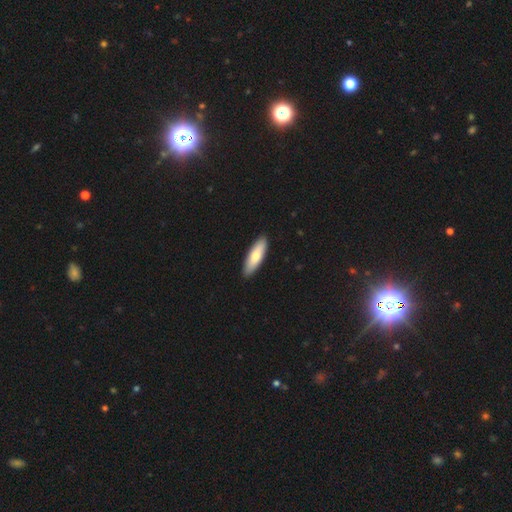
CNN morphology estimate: Overall: smooth (73%). How rounded: cigar-shaped (52%; in between 46%). Merging: none (91%).